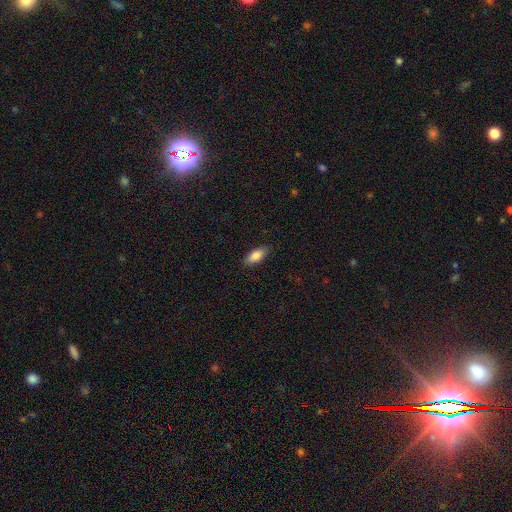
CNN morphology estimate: Smooth or featured? smooth (85%)
How rounded? in between (83%)
Merging? none (87%)